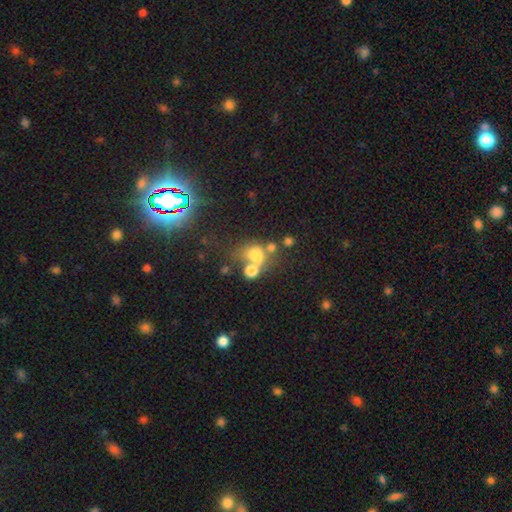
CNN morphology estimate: Smooth or featured? smooth (61%)
How rounded? in between (50%)
Merging? merger (46%)